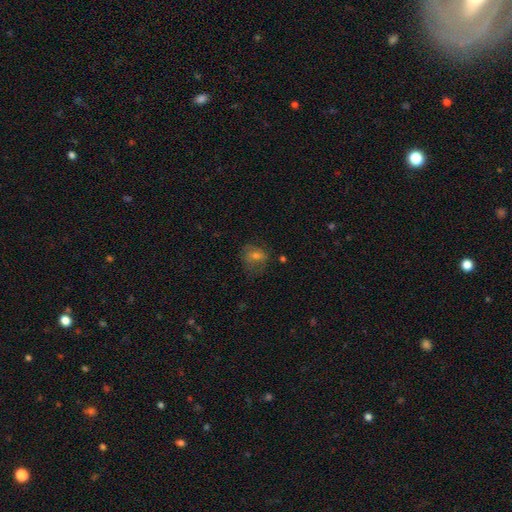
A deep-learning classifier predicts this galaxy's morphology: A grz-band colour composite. It shows a smooth galaxy with no disk features (54%) that is round (56%). Merging: none (61%).